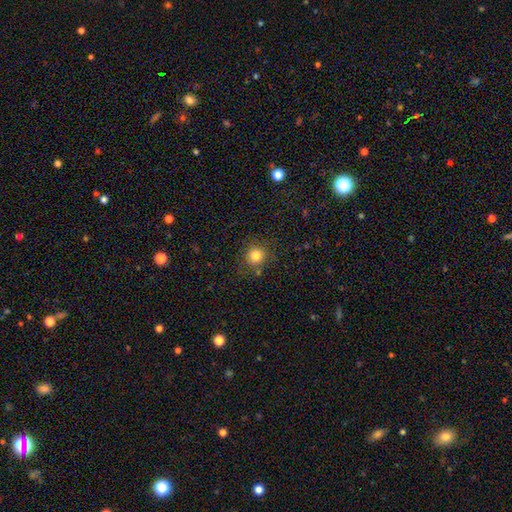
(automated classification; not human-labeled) Overall: smooth (81%). How rounded: round (91%). Merging: none (83%).